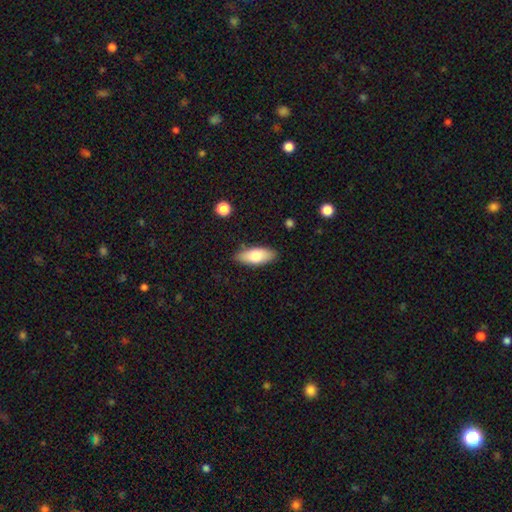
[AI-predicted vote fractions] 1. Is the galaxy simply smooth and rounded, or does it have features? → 71% smooth, 23% featured or disk, 6% star or artifact.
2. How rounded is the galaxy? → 78% in between, 19% cigar-shaped, 2% round.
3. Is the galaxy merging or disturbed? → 86% none, 10% minor disturbance, 2% major disturbance, 1% merger.